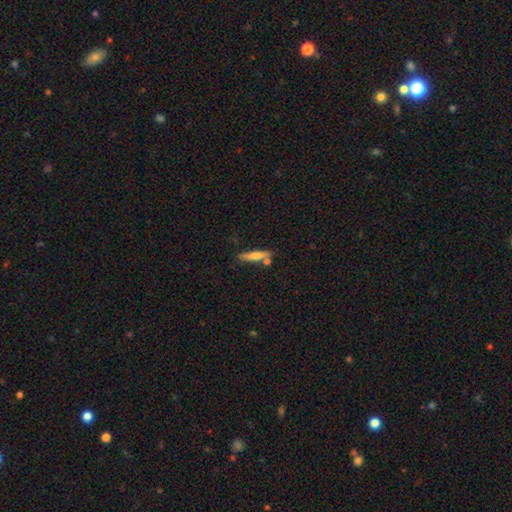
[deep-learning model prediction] The model was most divided on "smooth or featured": smooth: 70%, featured or disk: 23%, star or artifact: 7%. More confident: how rounded — cigar-shaped (83%); merging — none (70%).